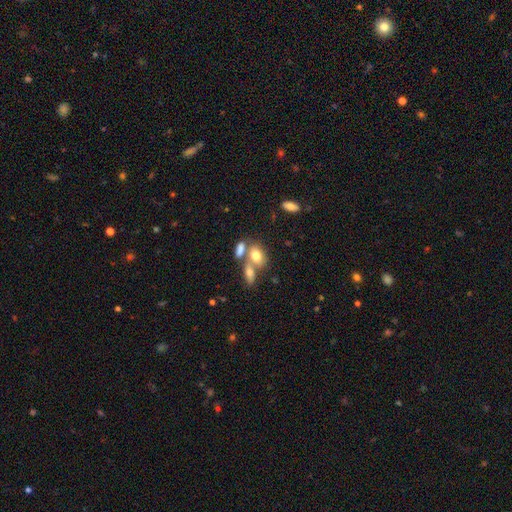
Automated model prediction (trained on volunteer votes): A smooth galaxy with no disk features (74%) that is in between round and cigar-shaped (79%).

Vote fractions:
- Smooth or featured? smooth: 74% / featured or disk: 16% / star or artifact: 10%
- How rounded? in between: 79% / round: 18% / cigar-shaped: 3%
- Merging? merger: 43% / none: 40% / minor disturbance: 11% / major disturbance: 5%